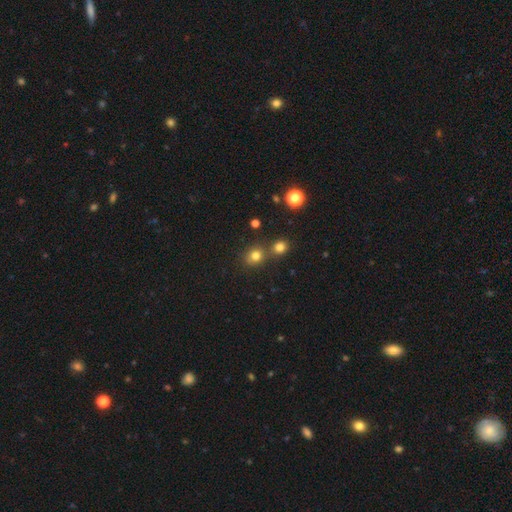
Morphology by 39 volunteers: smooth-or-featured: smooth: 90% | star or artifact: 8% | featured or disk: 3%
  how-rounded: round: 94% | in between: 6% | cigar-shaped: 0%
  merging: none: 69% | merger: 17% | minor disturbance: 14% | major disturbance: 0%